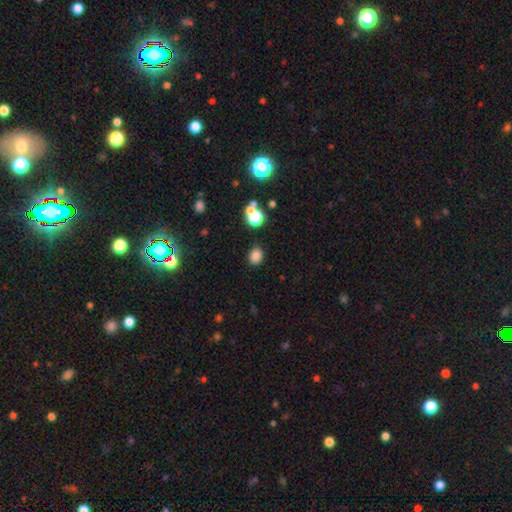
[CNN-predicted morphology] This appears to be a smooth galaxy with no disk features (80%) that is round (58%). Merging: none (85%).